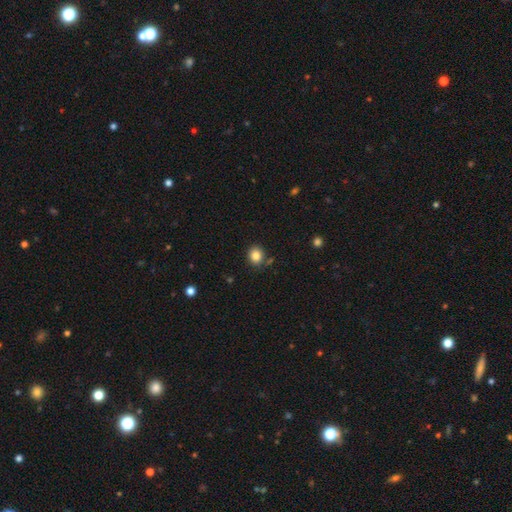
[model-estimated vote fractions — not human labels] This appears to be a smooth galaxy with no disk features (85%) that is round (72%). Merging: none (83%).